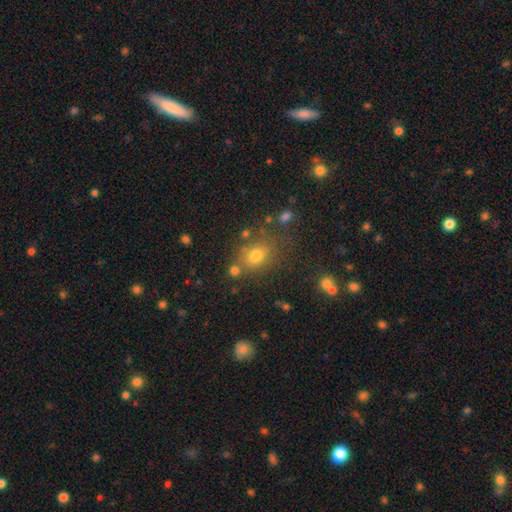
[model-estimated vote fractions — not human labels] A smooth galaxy with no disk features (72%) that is in between round and cigar-shaped (51%).

Vote fractions:
- Smooth or featured? smooth: 72% / star or artifact: 17% / featured or disk: 11%
- How rounded? in between: 51% / round: 48% / cigar-shaped: 1%
- Merging? none: 69% / minor disturbance: 15% / merger: 11% / major disturbance: 6%